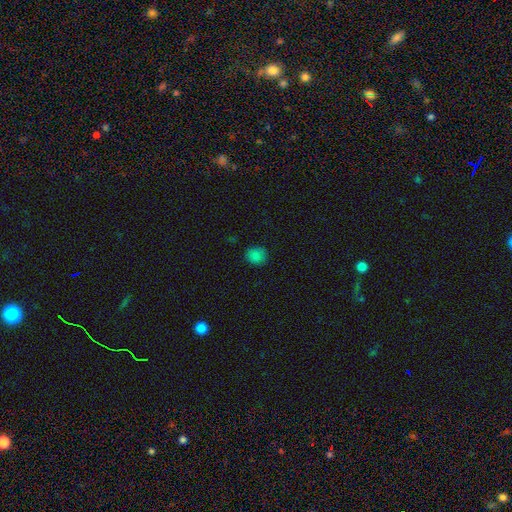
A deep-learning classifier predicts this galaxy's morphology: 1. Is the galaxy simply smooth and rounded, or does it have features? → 82% smooth, 14% star or artifact, 4% featured or disk.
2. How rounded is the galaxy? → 74% round, 25% in between, 1% cigar-shaped.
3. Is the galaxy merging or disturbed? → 85% none, 11% minor disturbance, 2% major disturbance, 1% merger.